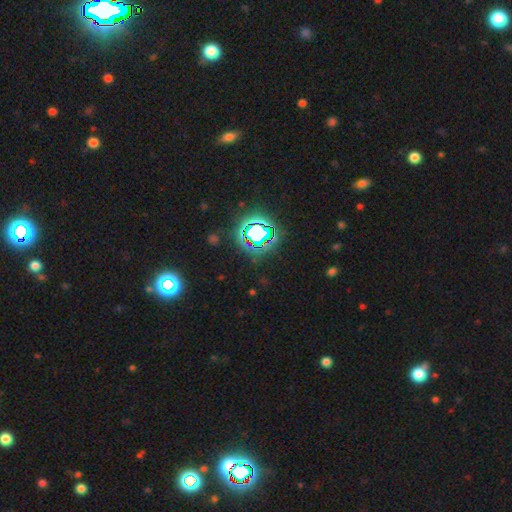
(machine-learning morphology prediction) This is clearly a star or artifact rather than a galaxy (82%).